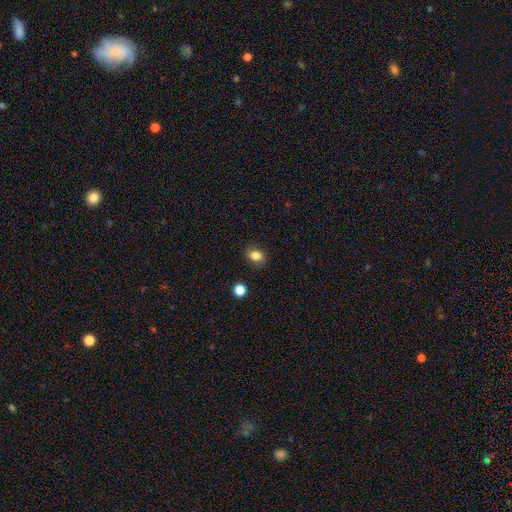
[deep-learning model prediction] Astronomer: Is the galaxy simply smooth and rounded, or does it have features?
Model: smooth — 83%.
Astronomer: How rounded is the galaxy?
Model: in between — 68%.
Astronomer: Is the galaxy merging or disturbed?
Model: none — 85%.